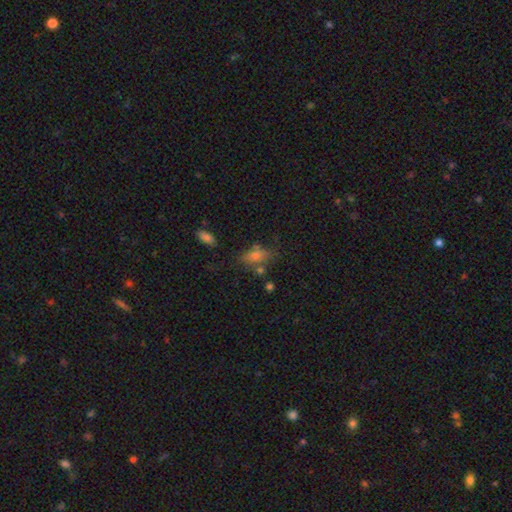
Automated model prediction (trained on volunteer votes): Overall: smooth (59%; star or artifact 21%). How rounded: in between (74%). Merging: none (58%; minor disturbance 21%).